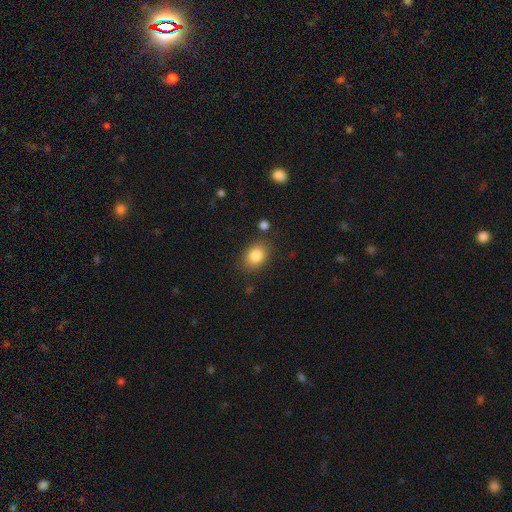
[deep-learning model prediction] Q: Smooth or featured?
A: smooth (84%); runner-up: star or artifact (9%)
Q: How rounded?
A: in between (69%); runner-up: round (29%)
Q: Merging?
A: none (81%); runner-up: minor disturbance (12%)